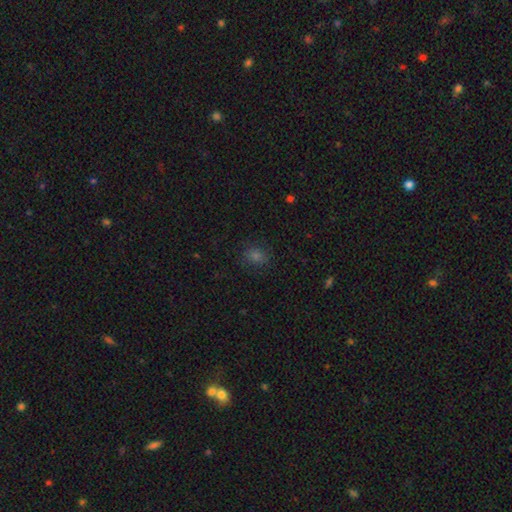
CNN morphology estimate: Q: Smooth or featured?
A: smooth (67%); runner-up: star or artifact (24%)
Q: How rounded?
A: round (54%); runner-up: in between (45%)
Q: Merging?
A: none (83%); runner-up: minor disturbance (12%)